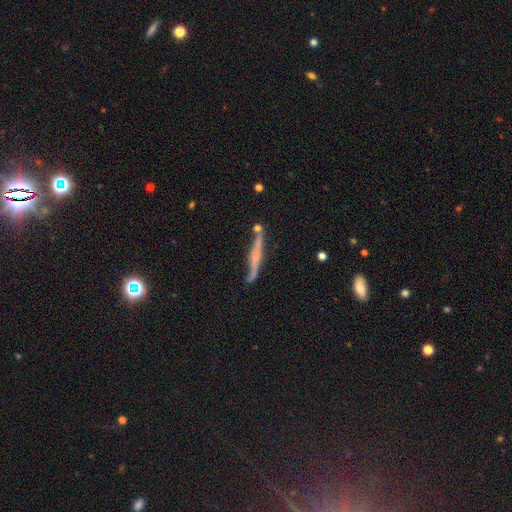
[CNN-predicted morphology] A featured or disk galaxy (63%) viewed edge-on (94%) with a rounded central bulge (41%). Merging: none (71%).